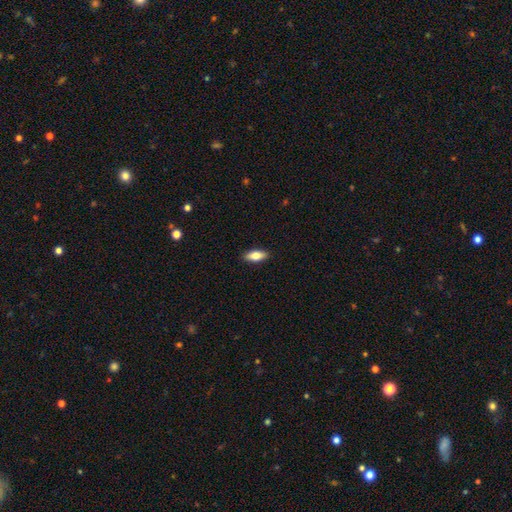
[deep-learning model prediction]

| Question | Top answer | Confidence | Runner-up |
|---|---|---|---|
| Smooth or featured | smooth | 75% | featured or disk (19%) |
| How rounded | in between | 77% | cigar-shaped (20%) |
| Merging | none | 90% | minor disturbance (7%) |